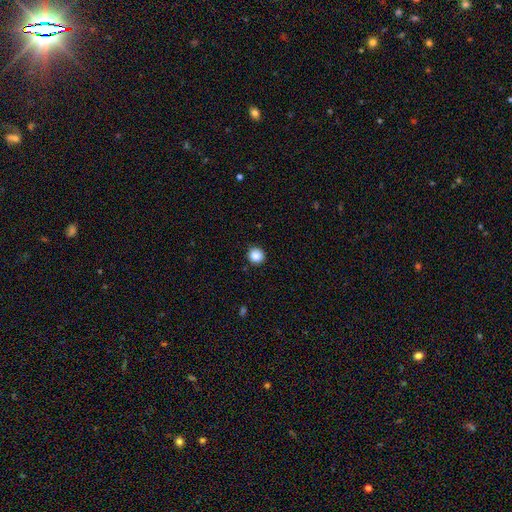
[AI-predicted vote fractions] Smooth or featured?
  - smooth: 86% *
  - star or artifact: 10%
  - featured or disk: 4%
How rounded?
  - round: 93% *
  - in between: 6%
  - cigar-shaped: 1%
Merging?
  - none: 92% *
  - minor disturbance: 5%
  - major disturbance: 2%
  - merger: 1%